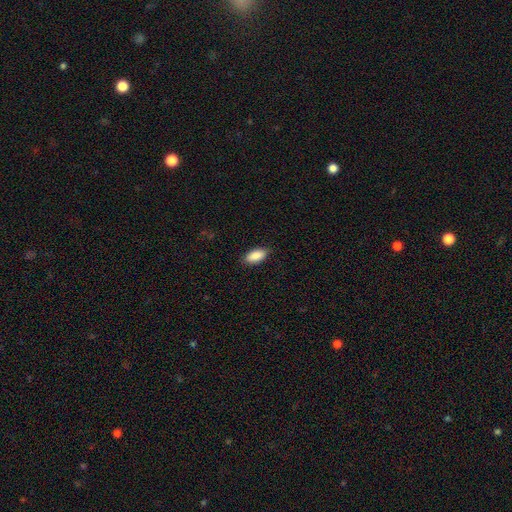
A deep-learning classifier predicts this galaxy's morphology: Smooth or featured? Predicted: smooth (p=0.89). How rounded? Predicted: in between (p=0.91). Merging? Predicted: none (p=0.87).